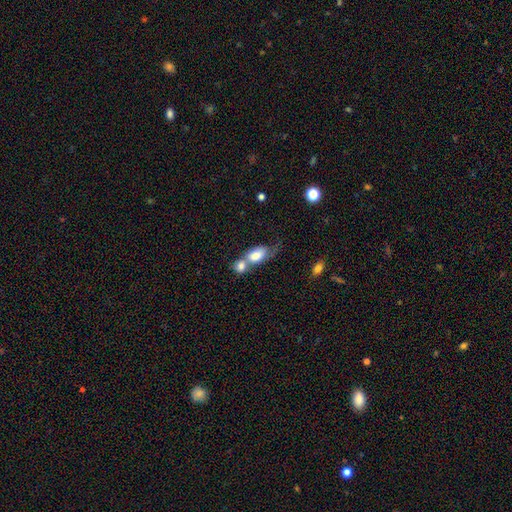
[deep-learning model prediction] smooth-or-featured: smooth: 75% | featured or disk: 17% | star or artifact: 7%
  how-rounded: in between: 80% | round: 16% | cigar-shaped: 5%
  merging: merger: 70% | none: 15% | minor disturbance: 8% | major disturbance: 7%